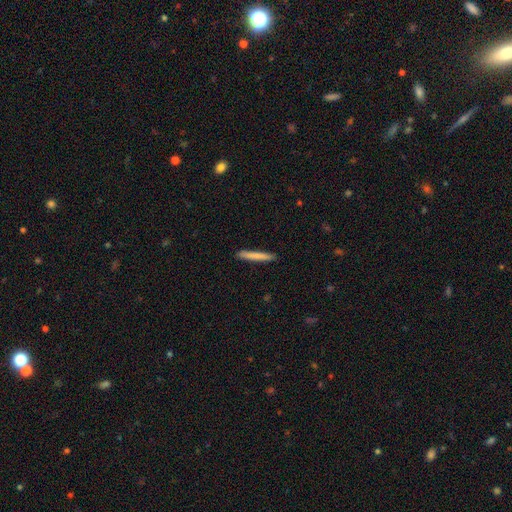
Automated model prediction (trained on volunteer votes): smooth-or-featured: smooth: 78% | featured or disk: 16% | star or artifact: 6%
  how-rounded: cigar-shaped: 96% | in between: 2% | round: 1%
  merging: none: 91% | minor disturbance: 6% | major disturbance: 1% | merger: 1%